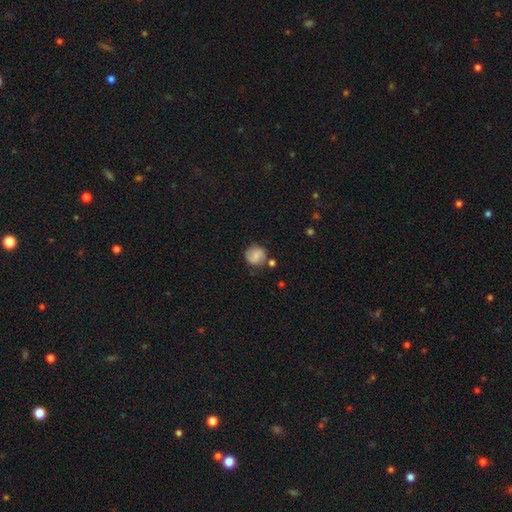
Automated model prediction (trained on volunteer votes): Morphology: type=smooth (62%); roundness=round (86%); merging=none (73%).